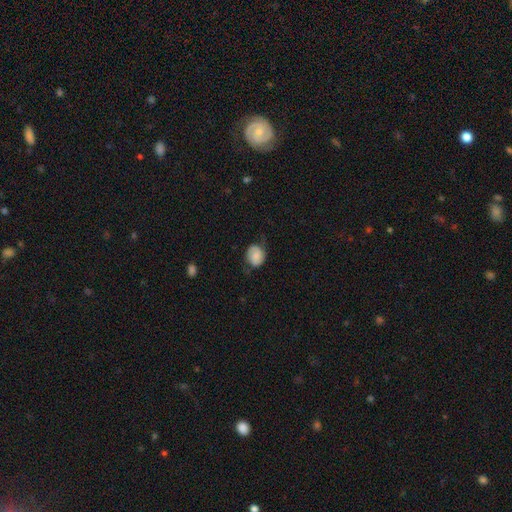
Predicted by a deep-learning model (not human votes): Smooth or featured: smooth — 69% (featured or disk — 23%)
How rounded: round — 58% (in between — 41%)
Merging: none — 57% (minor disturbance — 31%)